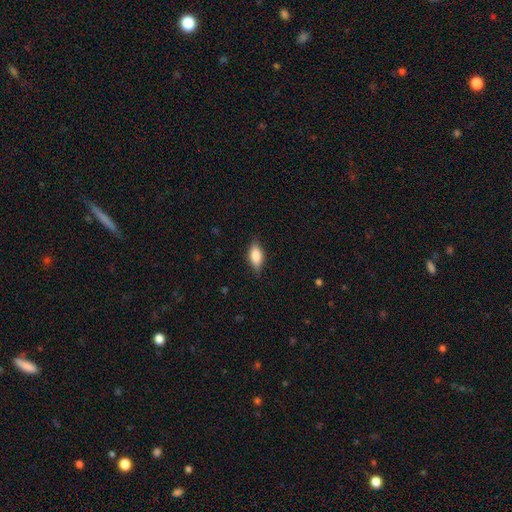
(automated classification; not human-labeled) Morphology: type=smooth (75%); roundness=in between (83%); merging=none (78%).